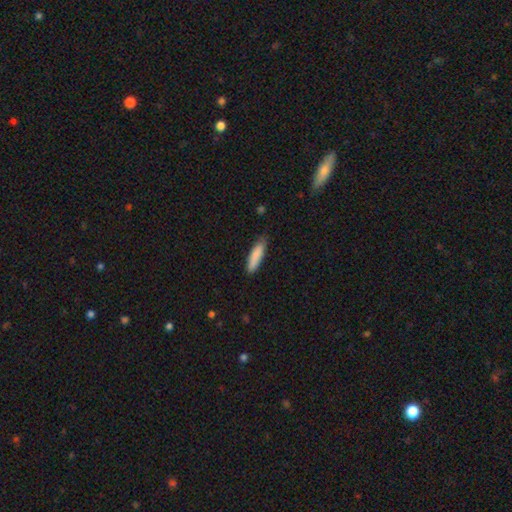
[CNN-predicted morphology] A smooth galaxy with no disk features (86%) that is cigar-shaped (67%).

Vote fractions:
- Smooth or featured? smooth: 86% / featured or disk: 8% / star or artifact: 6%
- How rounded? cigar-shaped: 67% / in between: 32% / round: 1%
- Merging? none: 77% / minor disturbance: 19% / major disturbance: 3% / merger: 1%